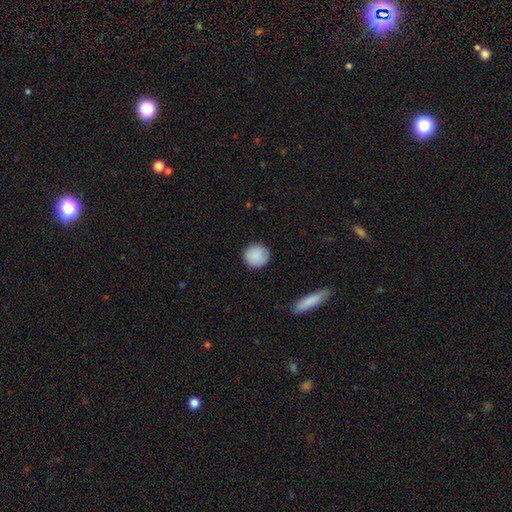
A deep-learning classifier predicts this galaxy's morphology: type=smooth (89%); roundness=round (94%); merging=none (90%).